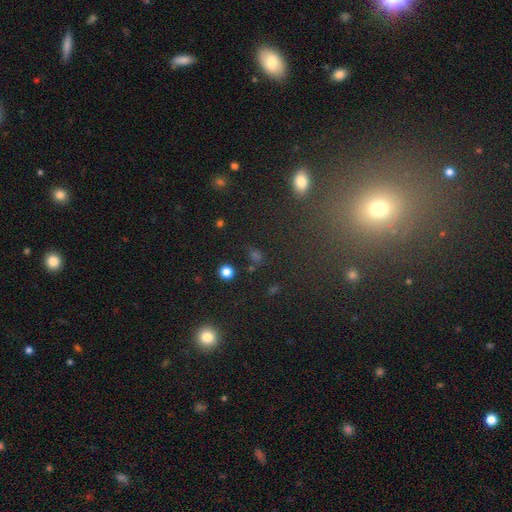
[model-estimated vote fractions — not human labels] This is possibly a smooth galaxy (54%). How rounded: possibly round (57%). Merging: likely none (78%).